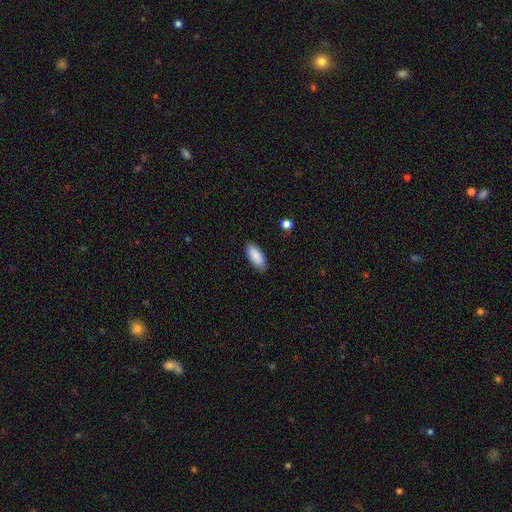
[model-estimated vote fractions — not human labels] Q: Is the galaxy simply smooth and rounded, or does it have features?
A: smooth — 89%.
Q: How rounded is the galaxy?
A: in between — 85%.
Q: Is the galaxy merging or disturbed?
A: none — 85%.